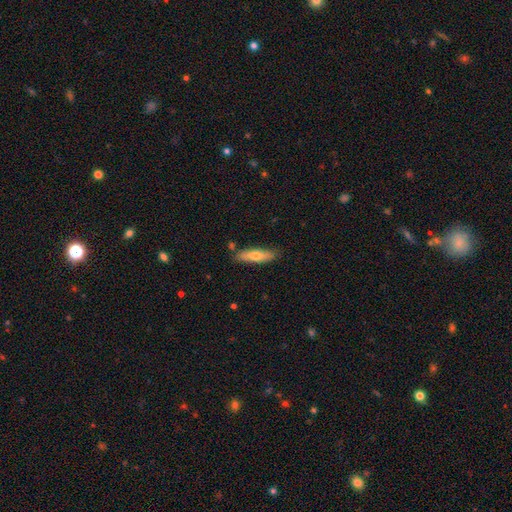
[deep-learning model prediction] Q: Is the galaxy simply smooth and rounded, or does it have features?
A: smooth — 63%.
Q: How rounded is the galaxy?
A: cigar-shaped — 67%.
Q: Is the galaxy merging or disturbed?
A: none — 82%.